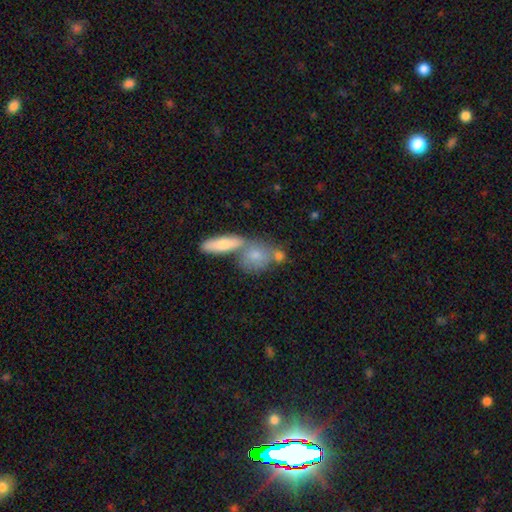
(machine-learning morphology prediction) Smooth or featured? smooth (73%)
How rounded? in between (52%)
Merging? merger (45%)